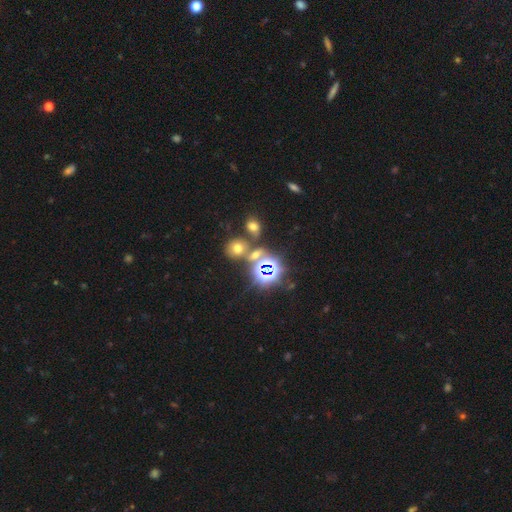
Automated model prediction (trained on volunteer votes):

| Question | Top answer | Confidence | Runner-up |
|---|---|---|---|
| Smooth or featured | star or artifact | 65% | smooth (25%) |